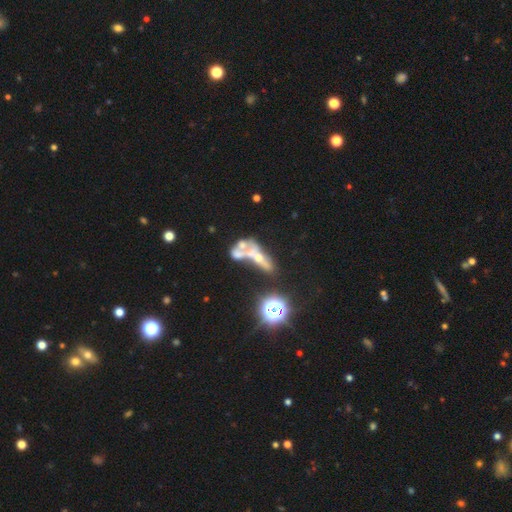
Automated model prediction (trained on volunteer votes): This is possibly a featured or disk galaxy (53%). It is clearly not viewed edge-on (88%). Merging: possibly merger (57%).